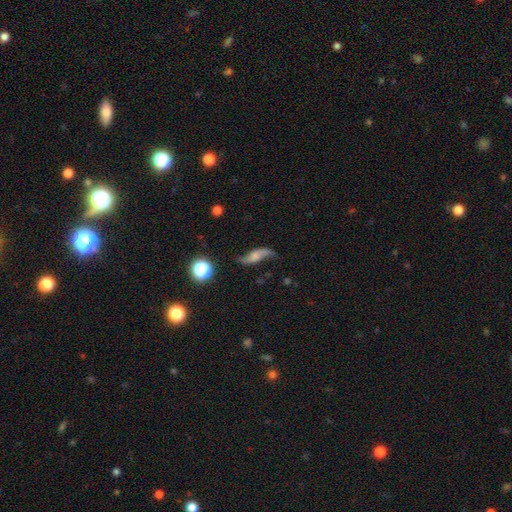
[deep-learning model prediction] Overall: featured or disk (71%). Edge-on disk: no (88%). Bar: no (61%; weak 29%). Spiral arms: yes (93%). Spiral arm count: 2 (91%). Spiral winding: loose (90%). Bulge size: small (32%, tied with none). Merging: none (67%).